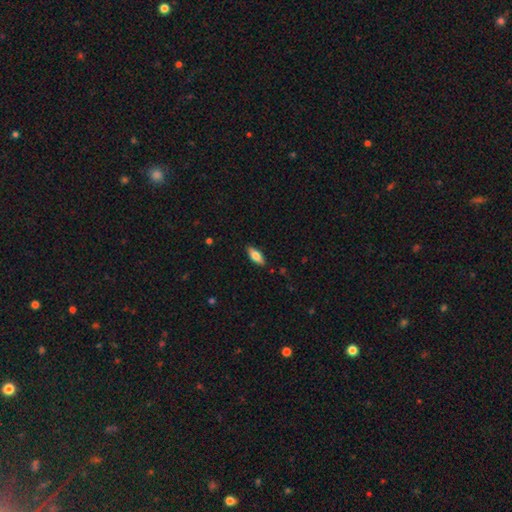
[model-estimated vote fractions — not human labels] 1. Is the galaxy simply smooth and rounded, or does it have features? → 67% smooth, 26% featured or disk, 6% star or artifact.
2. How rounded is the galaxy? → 73% in between, 24% cigar-shaped, 2% round.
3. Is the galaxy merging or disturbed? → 88% none, 9% minor disturbance, 2% major disturbance, 1% merger.